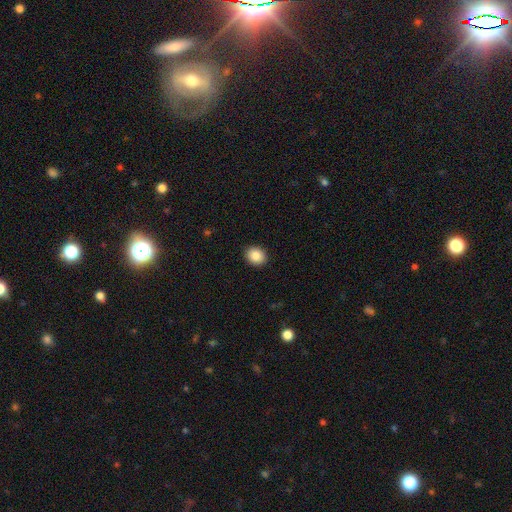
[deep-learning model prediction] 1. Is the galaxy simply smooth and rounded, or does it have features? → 87% smooth, 9% star or artifact, 5% featured or disk.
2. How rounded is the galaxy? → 65% round, 35% in between, 1% cigar-shaped.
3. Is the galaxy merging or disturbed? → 91% none, 6% minor disturbance, 2% major disturbance, 1% merger.